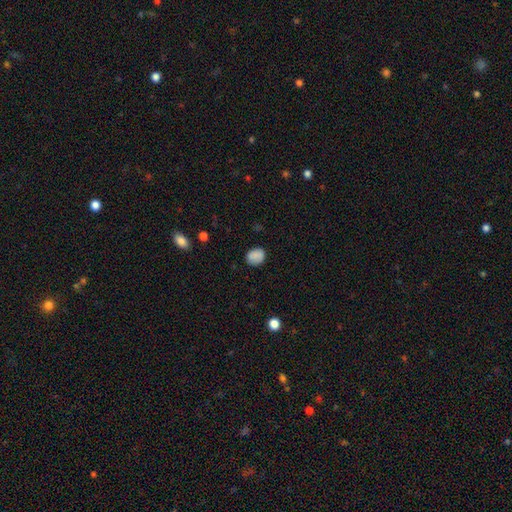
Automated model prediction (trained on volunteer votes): smooth 86%, star or artifact 9%, featured or disk 5%. Down the decision tree: how rounded — round (50%); merging — none (82%).